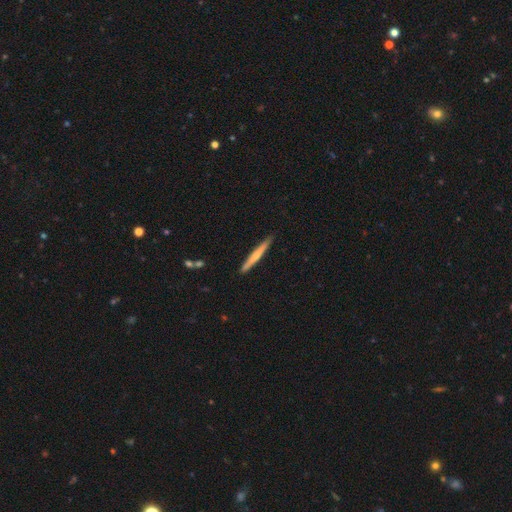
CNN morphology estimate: Smooth or featured? smooth (56%)
How rounded? cigar-shaped (96%)
Merging? none (89%)